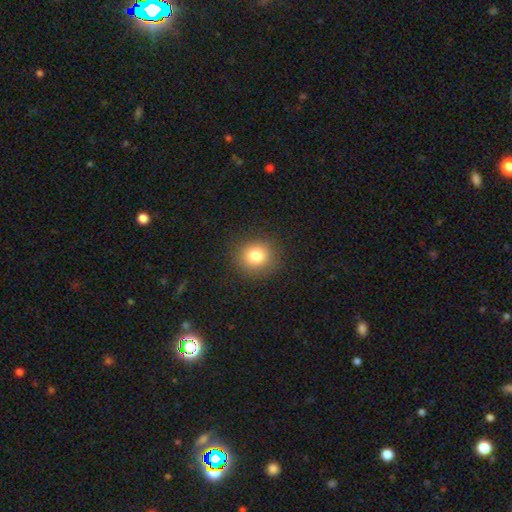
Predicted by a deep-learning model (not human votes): smooth_or_featured: smooth (p=0.81) [alt: star or artifact p=0.12]
how_rounded: round (p=0.86) [alt: in between p=0.13]
merging: none (p=0.89) [alt: minor disturbance p=0.07]